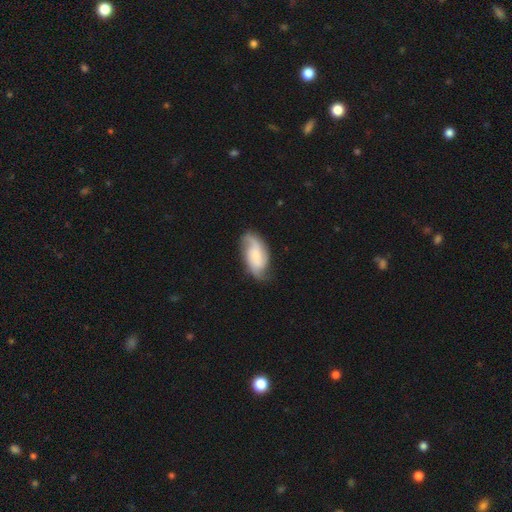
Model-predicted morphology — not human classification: The model was most divided on "spiral winding": medium: 41%, loose: 37%, tight: 21%. Remaining: edge-on disk — no (95%); spiral arms — yes (93%); spiral arm count — 2 (67%); merging — none (67%); smooth or featured — featured or disk (62%); bar — no (59%); bulge size — small (38%).